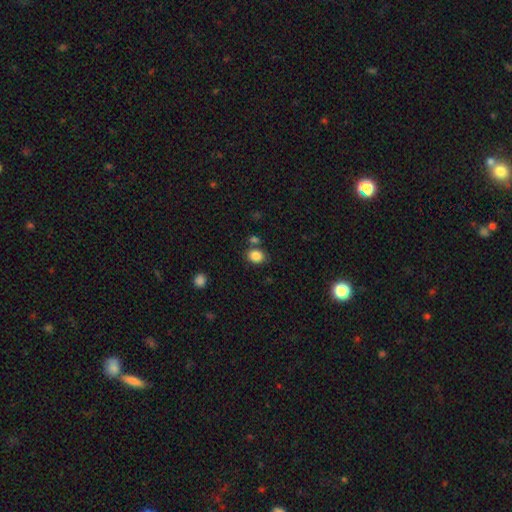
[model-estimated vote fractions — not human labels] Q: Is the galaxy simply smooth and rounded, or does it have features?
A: smooth — 86%.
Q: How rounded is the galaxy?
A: in between — 51%.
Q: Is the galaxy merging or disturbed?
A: none — 72%.